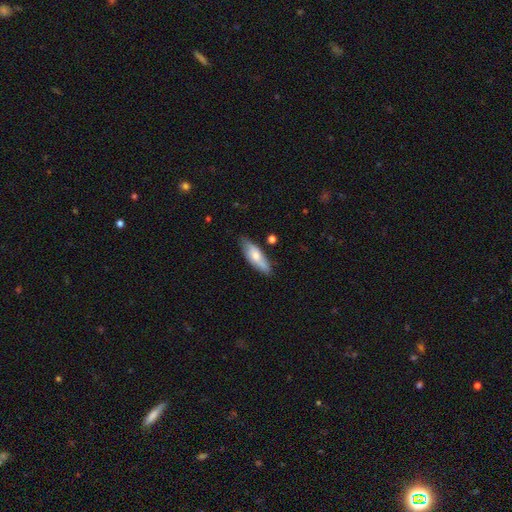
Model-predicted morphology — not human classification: The model was most divided on "how rounded": in between: 58%, cigar-shaped: 40%, round: 2%. More confident: merging — none (77%); smooth or featured — smooth (63%).